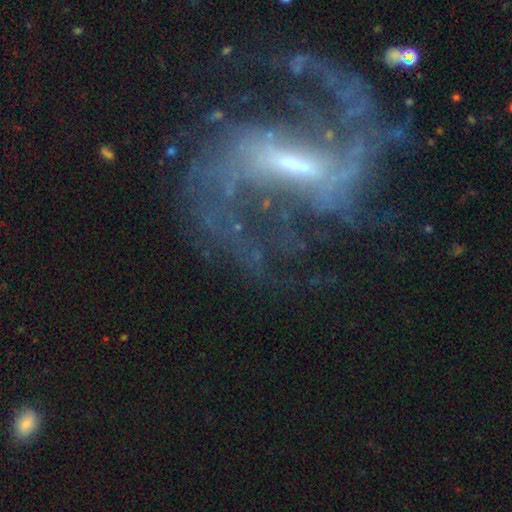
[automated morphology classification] type=featured or disk (79%); edge-on=no (89%); bar=strong (52%); spiral arms=yes (80%); winding=loose (47%); arm count=2 (53%); bulge=small (51%); merging=none (44%).